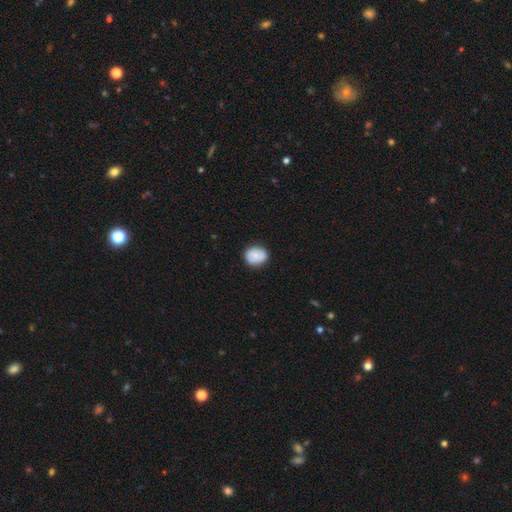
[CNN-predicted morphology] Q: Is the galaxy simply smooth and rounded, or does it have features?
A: smooth — 73%.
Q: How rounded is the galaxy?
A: round — 65%.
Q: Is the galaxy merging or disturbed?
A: none — 80%.